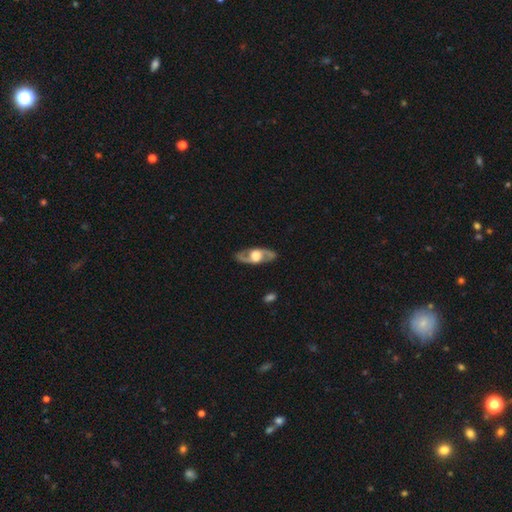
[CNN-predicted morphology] Smooth or featured: featured or disk — 80% (smooth — 15%)
Edge-on disk: no — 80% (yes — 20%)
Bar: no — 64% (weak — 28%)
Spiral arms: yes — 83% (no — 17%)
Spiral winding: medium — 50% (loose — 34%)
Spiral arm count: 2 — 91% (can't tell — 4%)
Bulge size: large — 58% (moderate — 31%)
Merging: none — 85% (minor disturbance — 11%)